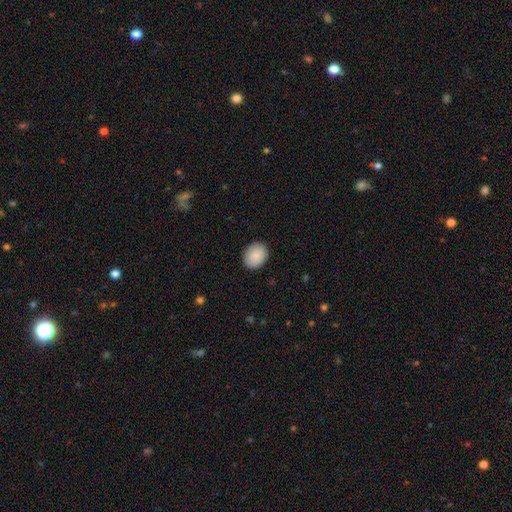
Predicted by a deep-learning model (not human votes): This appears to be a smooth galaxy with no disk features (90%) that is round (53%). Merging: none (89%).